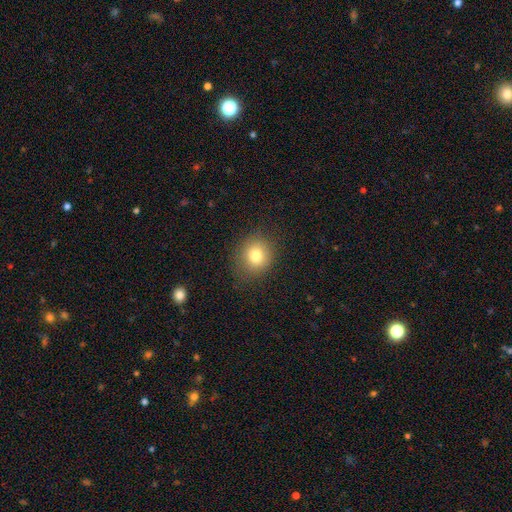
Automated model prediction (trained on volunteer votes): A smooth galaxy with no disk features (79%) that is round (82%). Merging: none (84%).